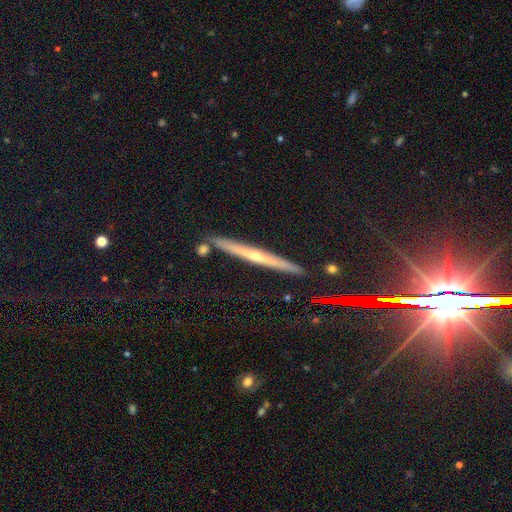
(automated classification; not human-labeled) A featured or disk galaxy (67%) viewed edge-on (97%) with a rounded central bulge (64%).

Vote fractions:
- Smooth or featured? featured or disk: 67% / smooth: 25% / star or artifact: 8%
- Edge-on disk? yes: 97% / no: 3%
- Edge-on bulge? rounded: 64% / none: 33% / boxy: 3%
- Merging? none: 87% / minor disturbance: 8% / merger: 3% / major disturbance: 2%